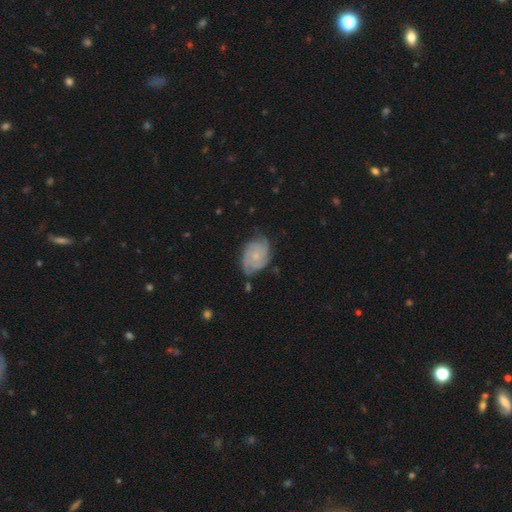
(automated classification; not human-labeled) Overall: featured or disk (67%). Edge-on disk: no (97%). Bar: no (80%). Spiral arms: yes (90%). Spiral arm count: can't tell (31%; 2 29%). Spiral winding: tight (59%; medium 31%). Bulge size: small (71%). Merging: none (61%; minor disturbance 28%).